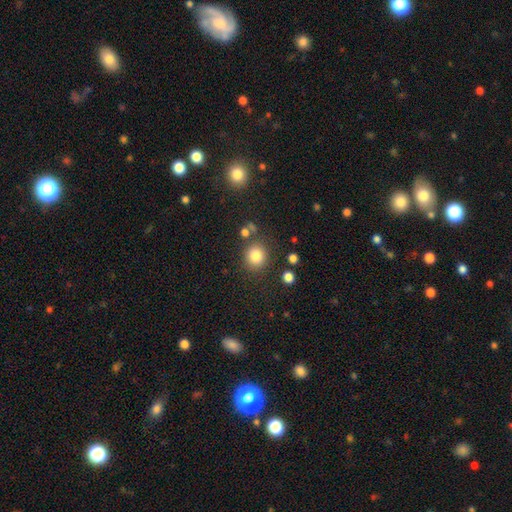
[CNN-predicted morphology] smooth_or_featured: smooth (p=0.82) [alt: star or artifact p=0.12]
how_rounded: round (p=0.87) [alt: in between p=0.12]
merging: none (p=0.81) [alt: minor disturbance p=0.09]